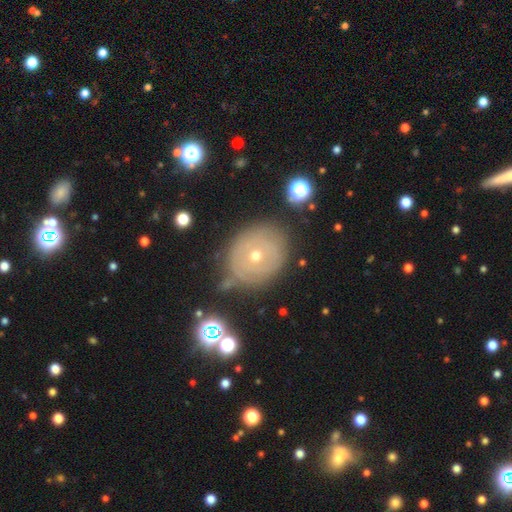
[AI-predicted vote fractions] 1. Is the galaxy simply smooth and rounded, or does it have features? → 55% featured or disk, 34% smooth, 12% star or artifact.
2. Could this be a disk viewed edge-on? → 95% no, 5% yes.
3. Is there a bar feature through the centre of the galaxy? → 87% no, 10% weak, 3% strong.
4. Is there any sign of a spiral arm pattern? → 54% no, 46% yes.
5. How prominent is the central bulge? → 55% small, 42% moderate, 1% large, 1% none, 1% dominant.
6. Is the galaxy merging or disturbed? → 71% none, 18% minor disturbance, 7% major disturbance, 4% merger.